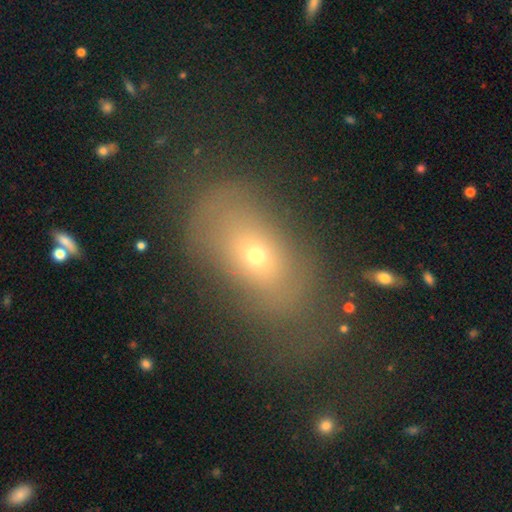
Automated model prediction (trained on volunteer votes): Q: Smooth or featured?
A: smooth (58%); runner-up: featured or disk (24%)
Q: How rounded?
A: in between (73%); runner-up: round (24%)
Q: Merging?
A: none (55%); runner-up: major disturbance (21%)